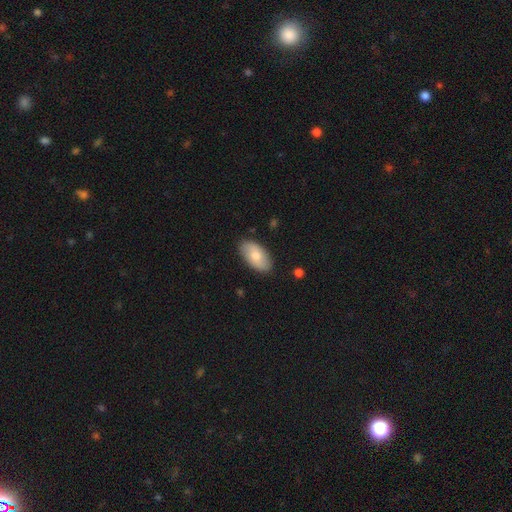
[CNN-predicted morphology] This is likely a smooth galaxy (70%). How rounded: clearly in between (95%). Merging: clearly none (86%).